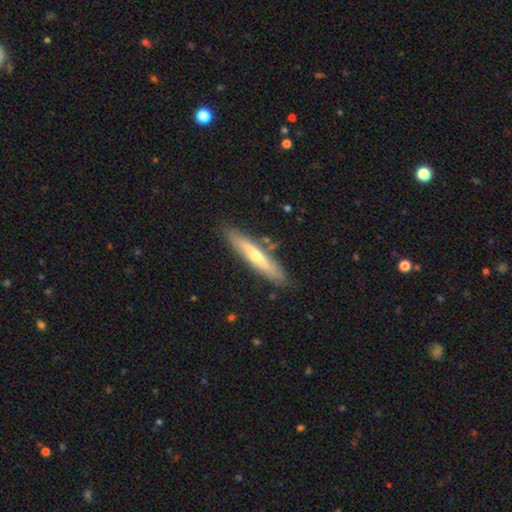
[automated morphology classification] type=featured or disk (54%); edge-on=yes (87%); merging=none (85%).